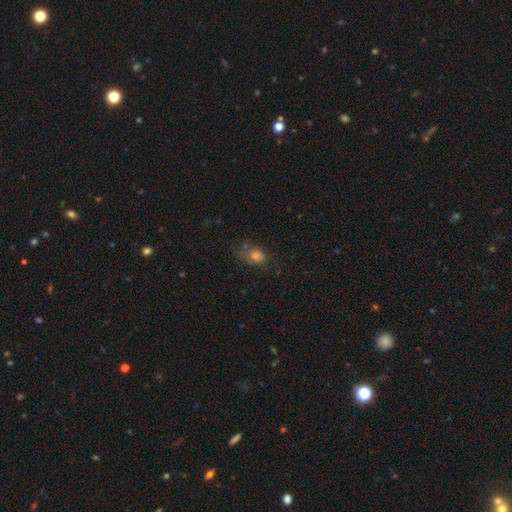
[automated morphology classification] smooth_or_featured: smooth (p=0.68) [alt: star or artifact p=0.19]
how_rounded: in between (p=0.49) [tied with: round p=0.49]
merging: none (p=0.50) [alt: minor disturbance p=0.24]